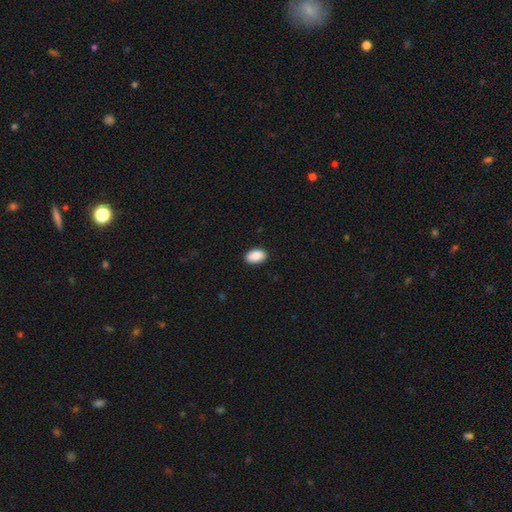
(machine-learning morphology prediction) smooth-or-featured: smooth: 90% | star or artifact: 7% | featured or disk: 3%
  how-rounded: in between: 92% | round: 7% | cigar-shaped: 1%
  merging: none: 89% | minor disturbance: 8% | major disturbance: 2% | merger: 1%